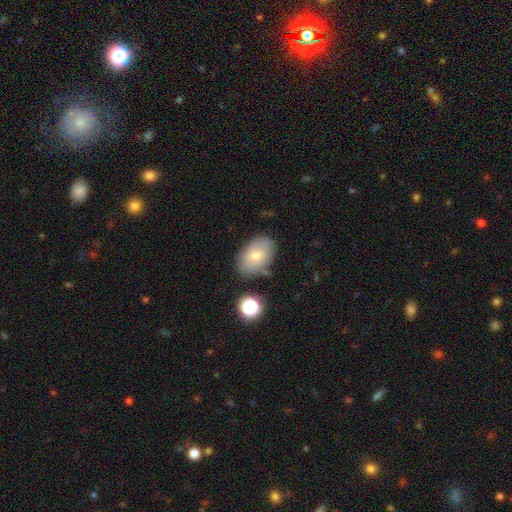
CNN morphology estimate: type=smooth (71%); roundness=in between (88%); merging=none (74%).